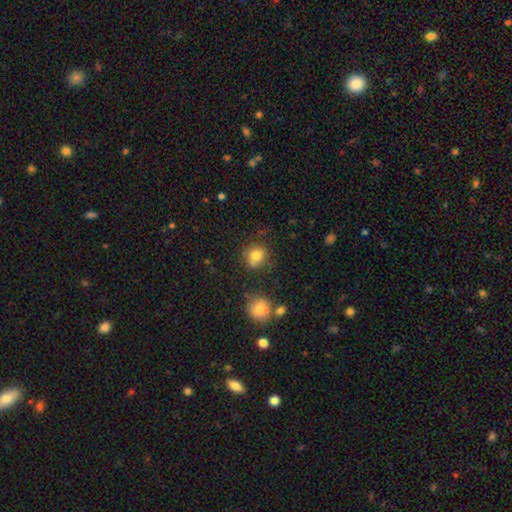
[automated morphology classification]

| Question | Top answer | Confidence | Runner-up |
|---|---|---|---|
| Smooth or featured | smooth | 78% | star or artifact (12%) |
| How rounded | round | 72% | in between (27%) |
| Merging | none | 65% | minor disturbance (20%) |